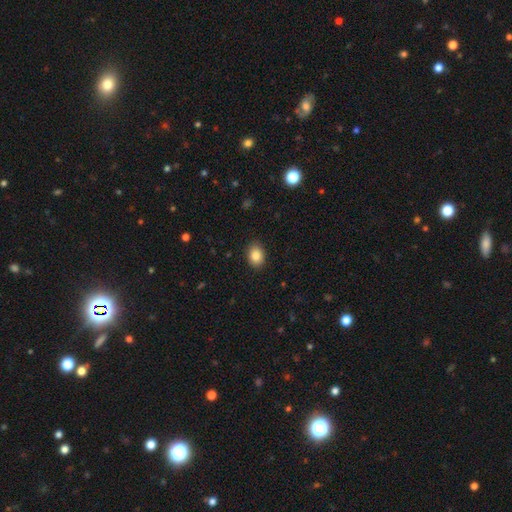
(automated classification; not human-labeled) Overall: smooth (86%). How rounded: in between (69%; round 30%). Merging: none (88%).